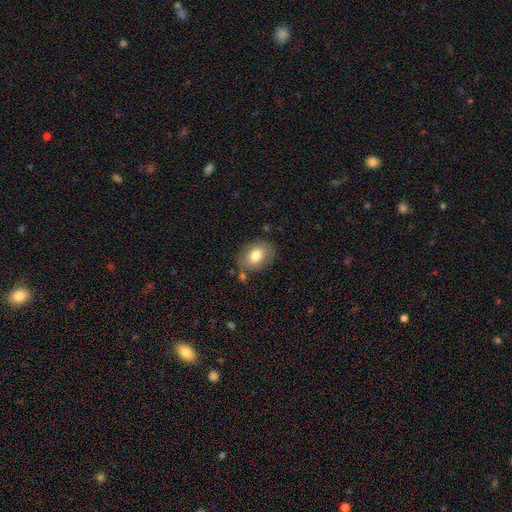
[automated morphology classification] Smooth or featured? smooth (76%)
How rounded? in between (73%)
Merging? none (76%)